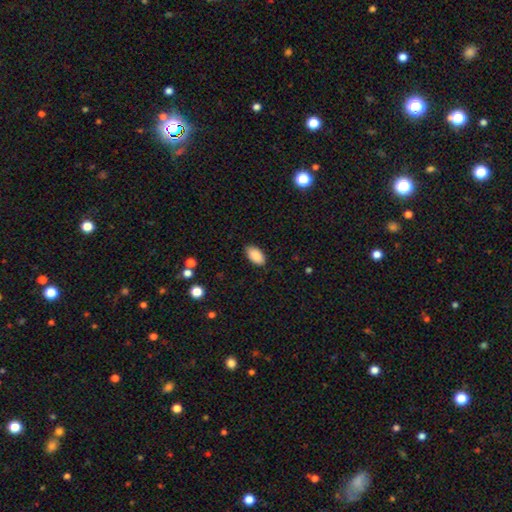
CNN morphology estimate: The model was most divided on "merging": none: 88%, minor disturbance: 9%, major disturbance: 2%, merger: 1%. More confident: how rounded — in between (95%); smooth or featured — smooth (90%).